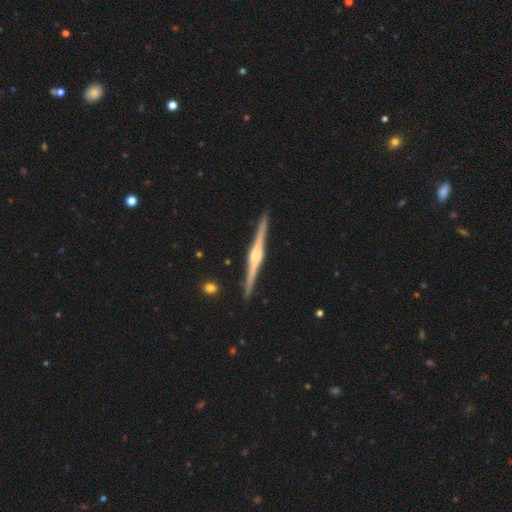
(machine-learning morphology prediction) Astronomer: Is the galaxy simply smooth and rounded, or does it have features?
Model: featured or disk — 87%.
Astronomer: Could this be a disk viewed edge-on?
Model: yes — 99%.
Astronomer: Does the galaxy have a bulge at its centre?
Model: rounded — 76%.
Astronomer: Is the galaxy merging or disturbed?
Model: none — 92%.